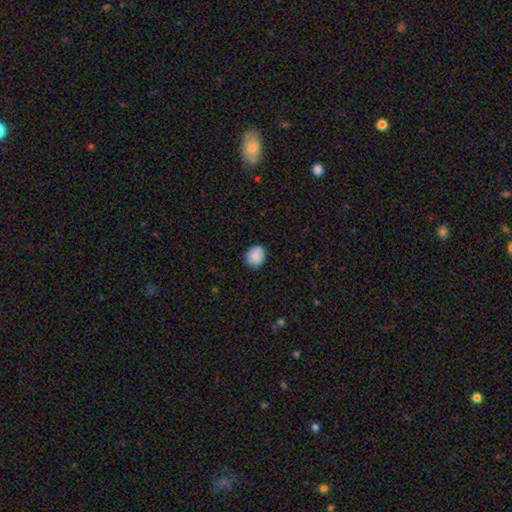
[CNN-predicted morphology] A smooth galaxy with no disk features (86%) that is round (80%).

Vote fractions:
- Smooth or featured? smooth: 86% / star or artifact: 8% / featured or disk: 6%
- How rounded? round: 80% / in between: 19% / cigar-shaped: 1%
- Merging? none: 86% / minor disturbance: 11% / major disturbance: 2% / merger: 1%